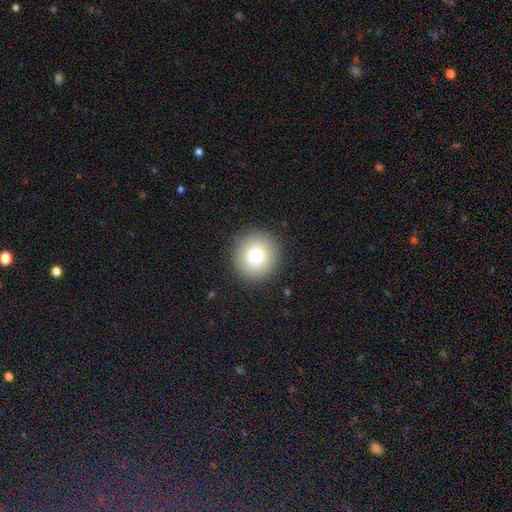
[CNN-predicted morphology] Smooth or featured? Predicted: smooth (p=0.76). How rounded? Predicted: round (p=0.93). Merging? Predicted: none (p=0.91).